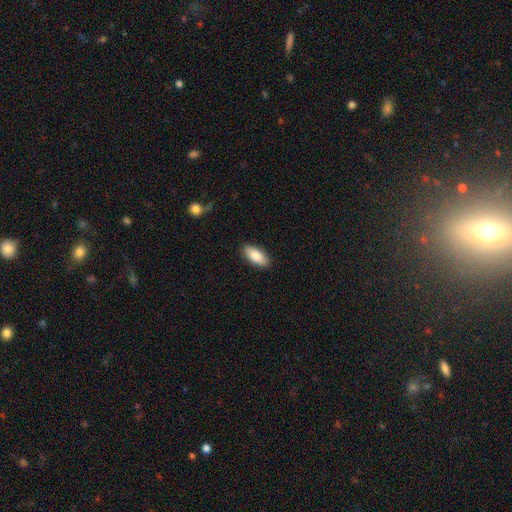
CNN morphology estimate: A smooth galaxy with no disk features (86%) that is in between round and cigar-shaped (85%). Merging: none (89%).